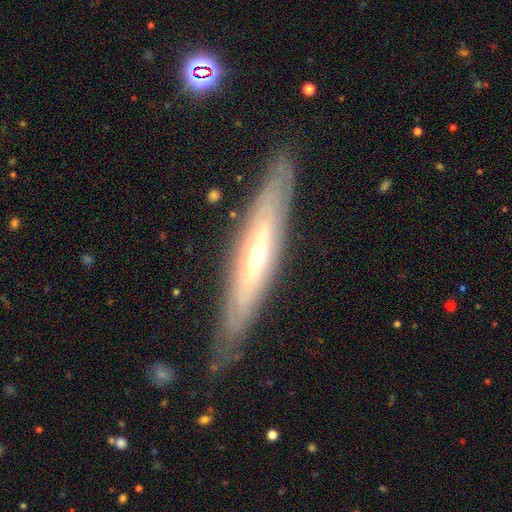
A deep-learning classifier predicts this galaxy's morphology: A featured or disk galaxy (69%) viewed edge-on (65%). Merging: none (80%).